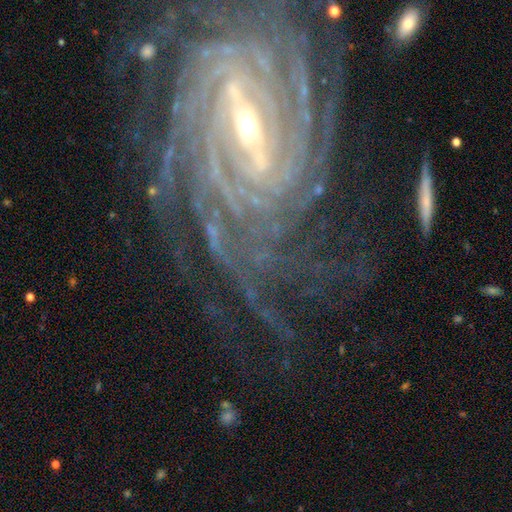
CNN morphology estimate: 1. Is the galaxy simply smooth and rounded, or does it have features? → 90% featured or disk, 6% star or artifact, 3% smooth.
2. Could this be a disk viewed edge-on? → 96% no, 4% yes.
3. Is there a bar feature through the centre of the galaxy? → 53% strong, 31% weak, 16% no.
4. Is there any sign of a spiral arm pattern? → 98% yes, 2% no.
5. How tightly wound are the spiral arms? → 76% tight, 20% medium, 5% loose.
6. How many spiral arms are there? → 32% more than 4, 20% 4, 18% can't tell, 11% 3, 10% 2, 8% 1.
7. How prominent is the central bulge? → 65% small, 31% moderate, 2% large, 1% none, 1% dominant.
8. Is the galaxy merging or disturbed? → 70% none, 15% minor disturbance, 12% major disturbance, 2% merger.